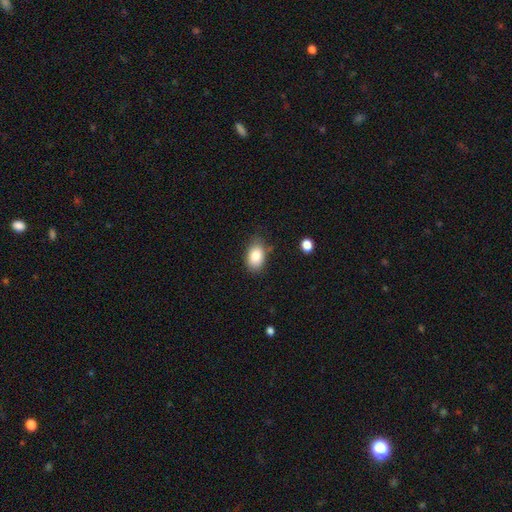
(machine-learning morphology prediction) Smooth or featured?
  - smooth: 83% *
  - featured or disk: 9%
  - star or artifact: 8%
How rounded?
  - in between: 85% *
  - round: 14%
  - cigar-shaped: 1%
Merging?
  - none: 74% *
  - minor disturbance: 19%
  - major disturbance: 4%
  - merger: 3%